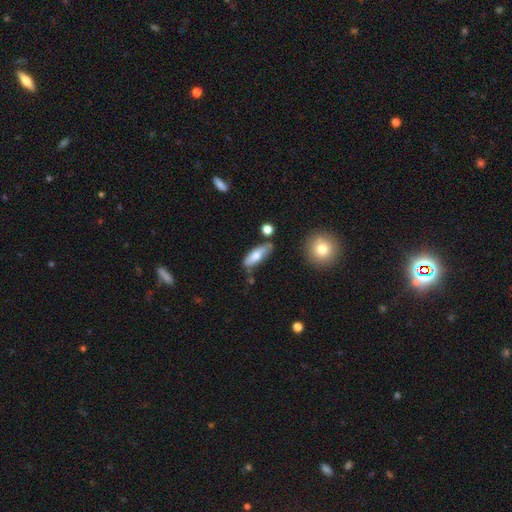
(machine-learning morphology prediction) Smooth or featured: smooth — 69% (featured or disk — 24%)
How rounded: in between — 56% (cigar-shaped — 41%)
Merging: none — 64% (minor disturbance — 23%)